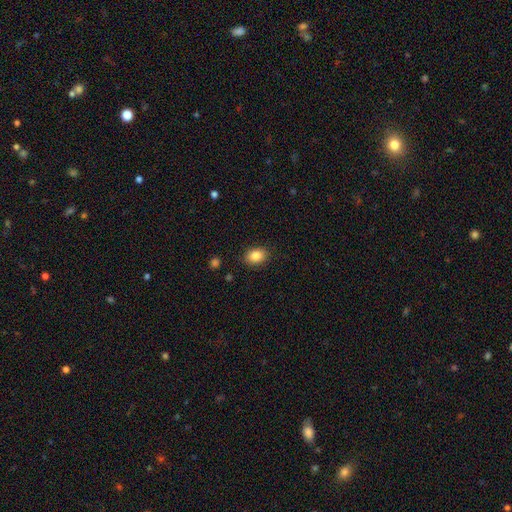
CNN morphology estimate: The model was most divided on "how rounded": in between: 69%, round: 30%, cigar-shaped: 1%. More confident: merging — none (88%); smooth or featured — smooth (86%).